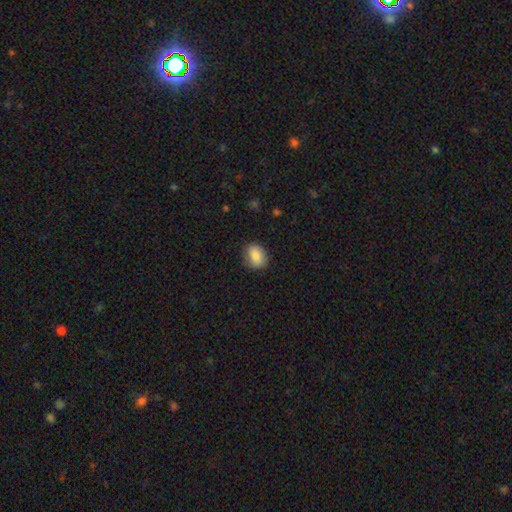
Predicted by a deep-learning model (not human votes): smooth-or-featured: smooth: 86% | star or artifact: 8% | featured or disk: 7%
  how-rounded: in between: 70% | round: 28% | cigar-shaped: 1%
  merging: none: 78% | minor disturbance: 17% | major disturbance: 4% | merger: 1%